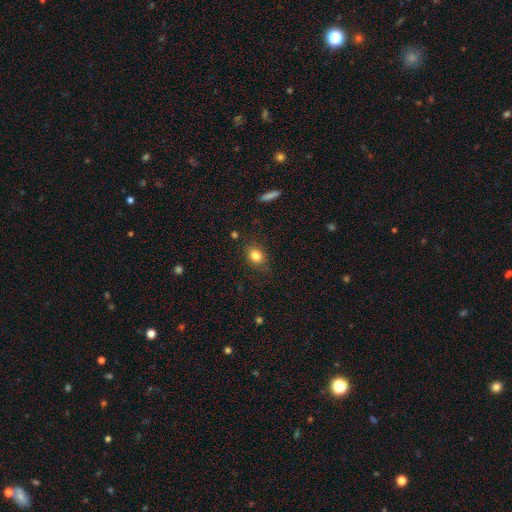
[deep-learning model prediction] smooth-or-featured: smooth: 83% | star or artifact: 10% | featured or disk: 7%
  how-rounded: round: 51% | in between: 47% | cigar-shaped: 1%
  merging: none: 79% | minor disturbance: 15% | major disturbance: 4% | merger: 2%